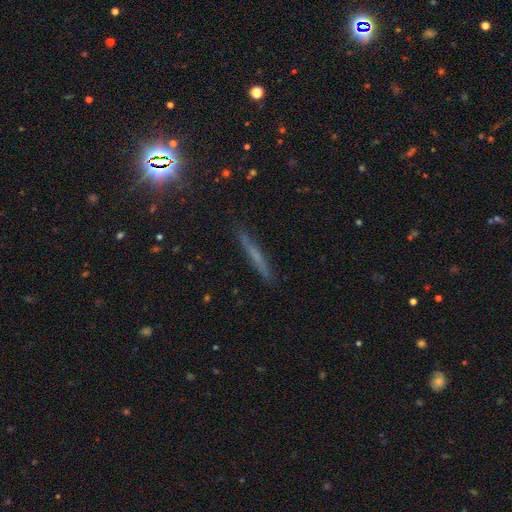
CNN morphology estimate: smooth_or_featured: smooth (p=0.43) [alt: featured or disk p=0.38]
merging: none (p=0.86) [alt: minor disturbance p=0.10]